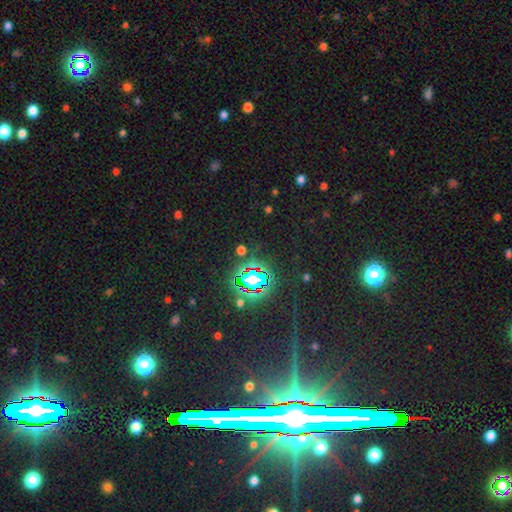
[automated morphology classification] This is clearly a star or artifact rather than a galaxy (83%).